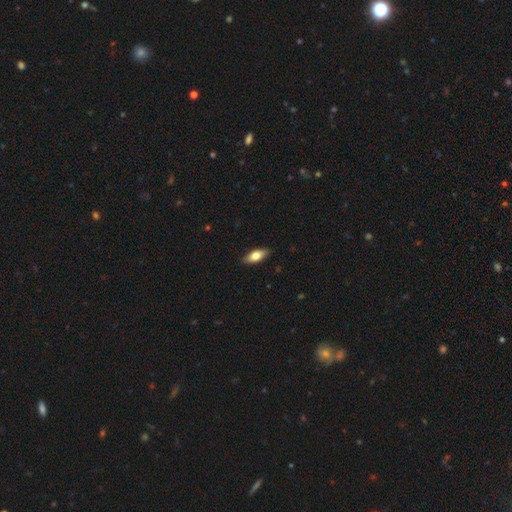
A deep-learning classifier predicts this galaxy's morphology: A smooth galaxy with no disk features (78%) that is in between round and cigar-shaped (82%).

Vote fractions:
- Smooth or featured? smooth: 78% / featured or disk: 16% / star or artifact: 6%
- How rounded? in between: 82% / cigar-shaped: 15% / round: 3%
- Merging? none: 87% / minor disturbance: 10% / major disturbance: 2% / merger: 1%